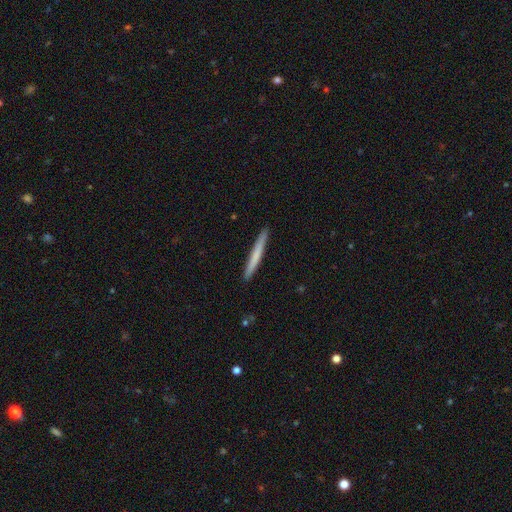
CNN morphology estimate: A smooth galaxy with no disk features (66%) that is cigar-shaped (97%).

Vote fractions:
- Smooth or featured? smooth: 66% / featured or disk: 28% / star or artifact: 6%
- How rounded? cigar-shaped: 97% / in between: 2% / round: 1%
- Merging? none: 92% / minor disturbance: 6% / major disturbance: 1% / merger: 1%